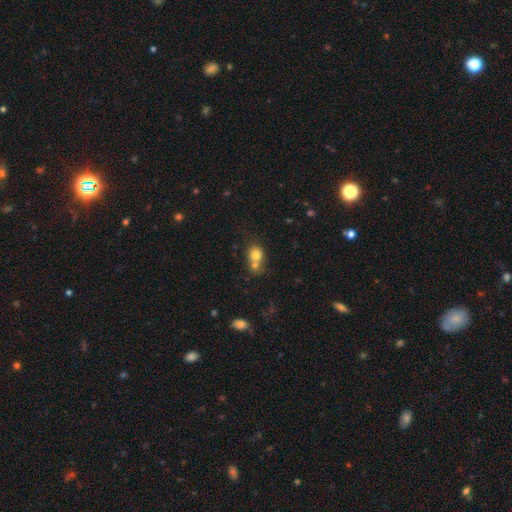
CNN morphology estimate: smooth 75%, featured or disk 13%, star or artifact 12%. Down the decision tree: how rounded — round (68%); merging — merger (55%).